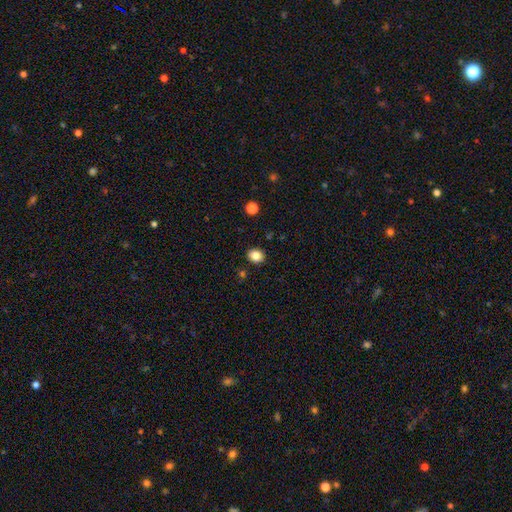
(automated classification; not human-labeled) Overall: smooth (84%). How rounded: round (65%; in between 35%). Merging: none (90%).